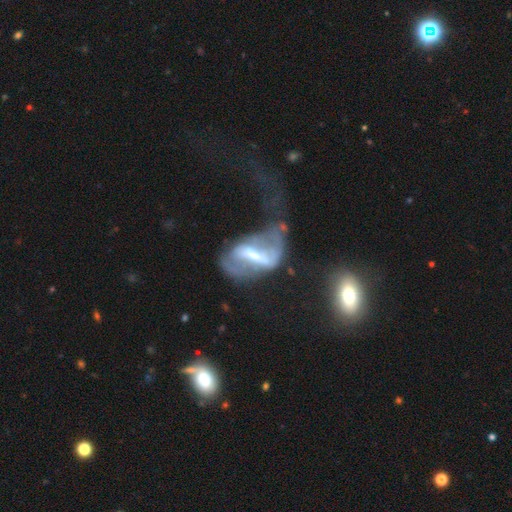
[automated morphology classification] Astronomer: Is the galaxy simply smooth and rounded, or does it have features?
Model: featured or disk — 75%.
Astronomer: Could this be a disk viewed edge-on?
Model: no — 91%.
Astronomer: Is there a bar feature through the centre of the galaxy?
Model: strong — 58%.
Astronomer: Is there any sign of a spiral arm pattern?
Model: yes — 62% (runner-up: no, 38%).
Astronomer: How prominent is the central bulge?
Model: moderate — 47% (runner-up: small, 41%).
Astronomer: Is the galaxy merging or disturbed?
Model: major disturbance — 52%.